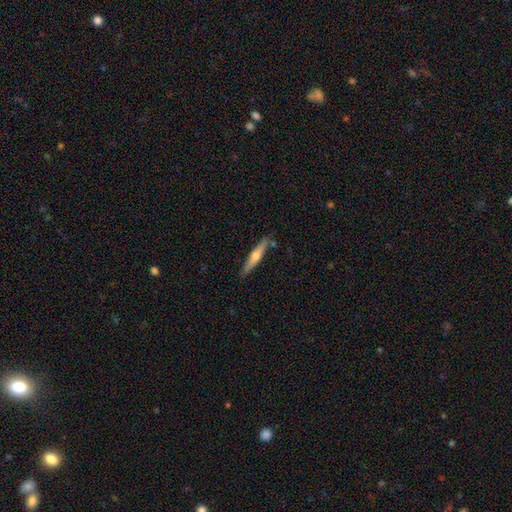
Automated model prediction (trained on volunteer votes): featured or disk 56%, smooth 39%, star or artifact 6%. Down the decision tree: edge-on disk — yes (95%); edge-on bulge — rounded (87%); merging — none (85%).